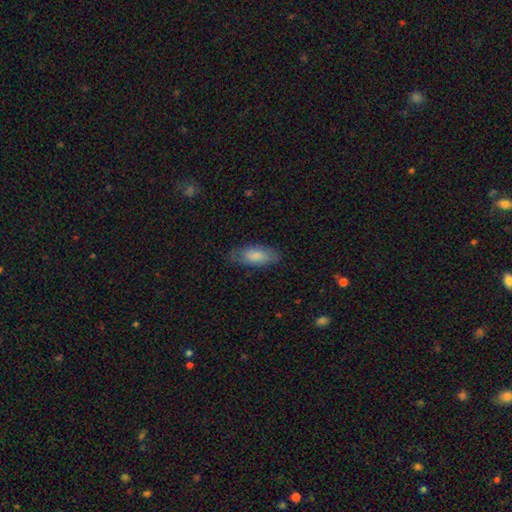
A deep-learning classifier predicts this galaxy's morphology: Q: Smooth or featured?
A: smooth (81%); runner-up: featured or disk (13%)
Q: How rounded?
A: in between (82%); runner-up: cigar-shaped (16%)
Q: Merging?
A: none (73%); runner-up: minor disturbance (20%)